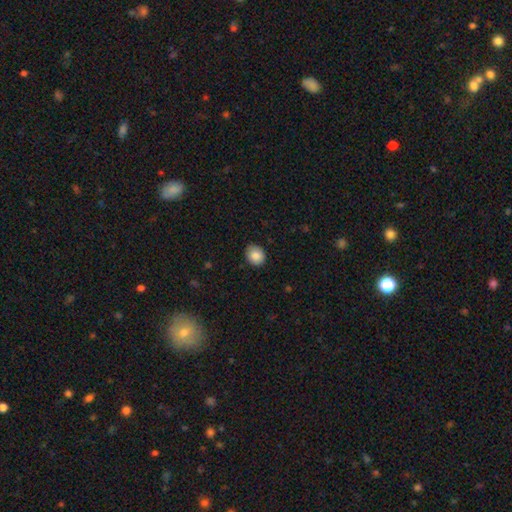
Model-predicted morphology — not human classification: Smooth or featured? smooth (87%)
How rounded? round (66%)
Merging? none (84%)